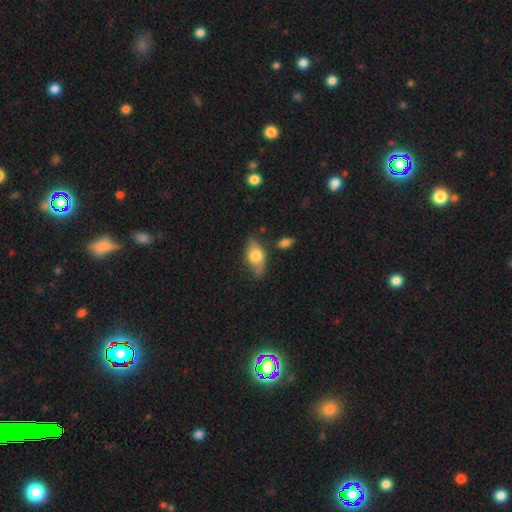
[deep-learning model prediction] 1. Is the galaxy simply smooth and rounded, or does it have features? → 60% smooth, 33% featured or disk, 7% star or artifact.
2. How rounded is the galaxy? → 84% in between, 8% round, 8% cigar-shaped.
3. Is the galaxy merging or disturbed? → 60% none, 27% minor disturbance, 8% major disturbance, 5% merger.